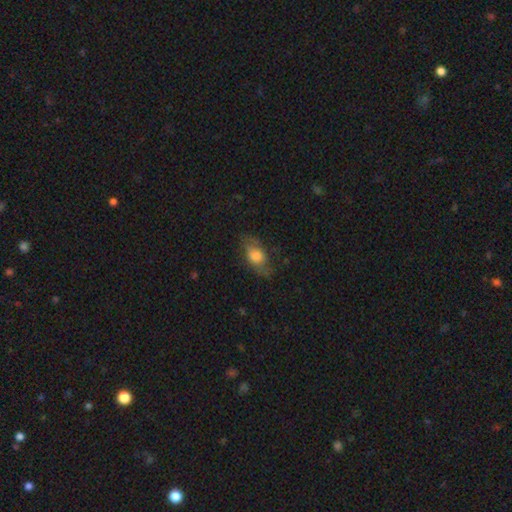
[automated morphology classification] smooth-or-featured: smooth: 65% | featured or disk: 27% | star or artifact: 9%
  how-rounded: in between: 79% | round: 12% | cigar-shaped: 9%
  merging: none: 69% | minor disturbance: 21% | major disturbance: 9% | merger: 1%